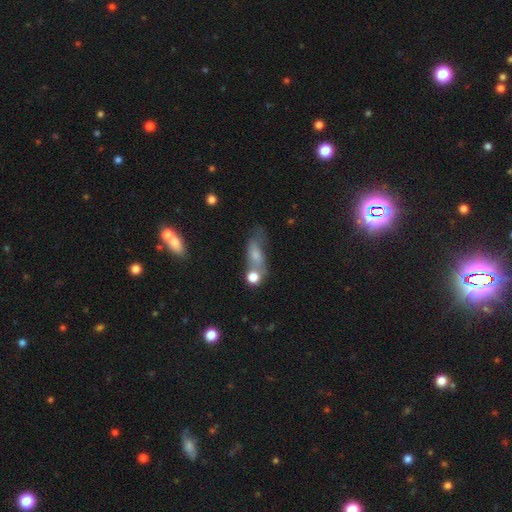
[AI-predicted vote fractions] The model was most divided on "merging": none: 34%, merger: 26%, minor disturbance: 22%, major disturbance: 19%. More confident: how rounded — in between (67%); smooth or featured — smooth (61%).